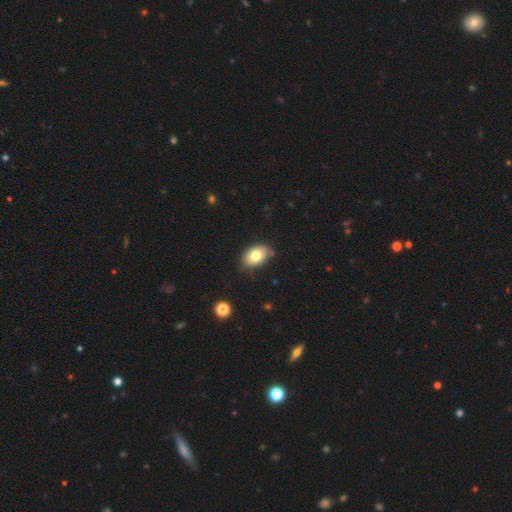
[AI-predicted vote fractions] A smooth galaxy with no disk features (79%) that is in between round and cigar-shaped (86%).

Vote fractions:
- Smooth or featured? smooth: 79% / featured or disk: 13% / star or artifact: 8%
- How rounded? in between: 86% / round: 13% / cigar-shaped: 1%
- Merging? none: 78% / minor disturbance: 16% / major disturbance: 3% / merger: 2%